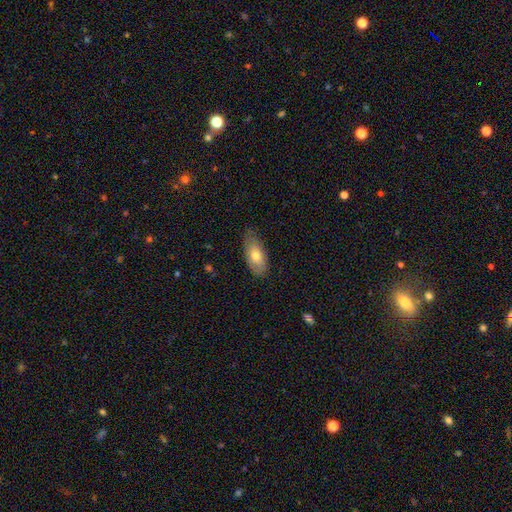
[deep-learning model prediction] Morphology: type=smooth (69%); roundness=in between (88%); merging=none (75%).